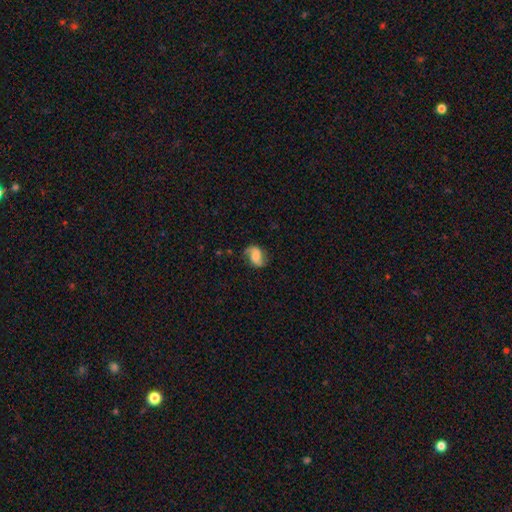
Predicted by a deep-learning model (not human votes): featured or disk 62%, smooth 30%, star or artifact 9%. Down the decision tree: edge-on disk — no (97%); bar — no (47%); spiral arms — yes (93%); spiral arm count — 2 (86%); spiral winding — loose (58%); bulge size — moderate (30%); merging — none (72%).